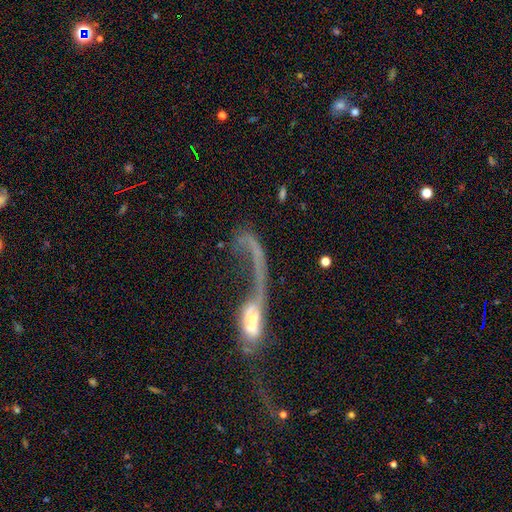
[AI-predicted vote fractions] The model was most divided on "bulge size" (2-way tie): small: 30%, moderate: 30%, none: 18%, large: 14%, dominant: 7%. Remaining: edge-on disk — no (78%); smooth or featured — featured or disk (65%); spiral arms — yes (64%); bar — no (58%); merging — major disturbance (49%).